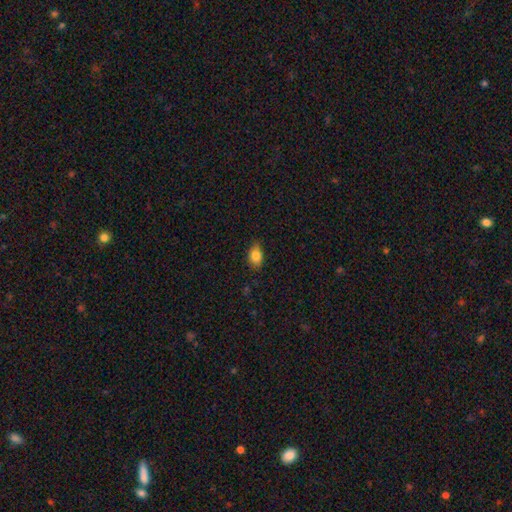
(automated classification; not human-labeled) This is clearly a smooth galaxy (82%). How rounded: likely in between (80%). Merging: likely none (76%).